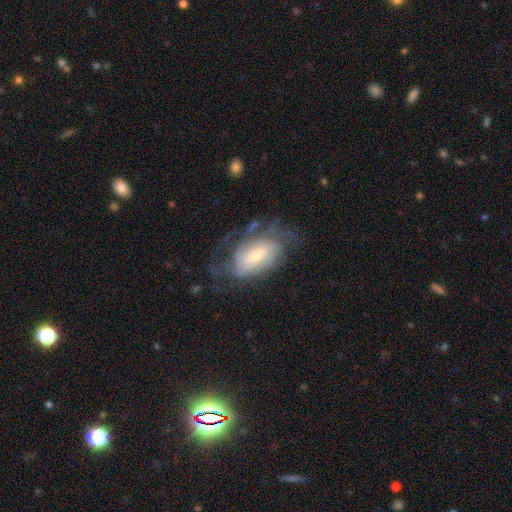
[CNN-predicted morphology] smooth_or_featured: featured or disk (p=0.75) [alt: smooth p=0.18]
disk_edge_on: no (p=0.95) [alt: yes p=0.05]
bar: no (p=0.48) [alt: weak p=0.39]
has_spiral_arms: yes (p=0.87) [alt: no p=0.13]
spiral_winding: tight (p=0.48) [alt: medium p=0.36]
spiral_arm_count: can't tell (p=0.46) [alt: 2 p=0.19]
bulge_size: small (p=0.60) [alt: moderate p=0.33]
merging: none (p=0.55) [alt: minor disturbance p=0.23]